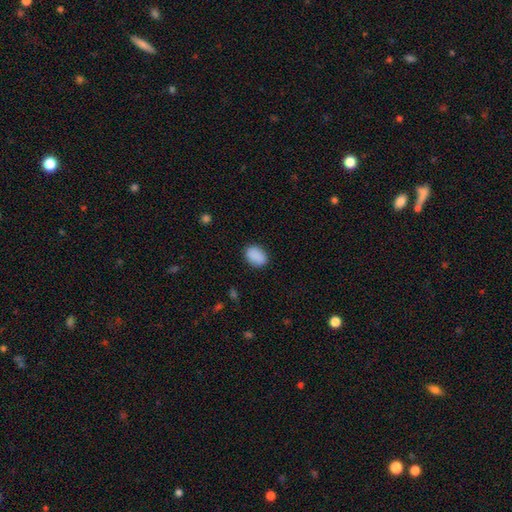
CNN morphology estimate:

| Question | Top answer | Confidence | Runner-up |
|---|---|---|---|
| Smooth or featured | smooth | 89% | star or artifact (7%) |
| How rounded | in between | 79% | round (20%) |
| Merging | none | 85% | minor disturbance (11%) |